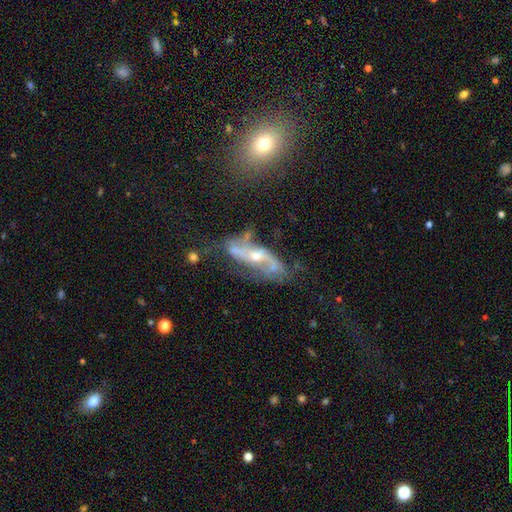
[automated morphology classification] A featured or disk galaxy (82%) with no bar (45%), 2 (87%) loose (65%) spiral arms (90%) and a small central bulge (49%).

Vote fractions:
- Smooth or featured? featured or disk: 82% / smooth: 10% / star or artifact: 8%
- Edge-on disk? no: 86% / yes: 14%
- Bar? no: 45% / weak: 34% / strong: 21%
- Spiral arms? yes: 90% / no: 10%
- Spiral winding? loose: 65% / medium: 25% / tight: 10%
- Spiral arm count? 2: 87% / can't tell: 6% / 1: 3% / 3: 2% / 4: 1% / more than 4: 1%
- Bulge size? small: 49% / moderate: 45% / none: 2% / large: 2% / dominant: 1%
- Merging? none: 50% / minor disturbance: 22% / major disturbance: 18% / merger: 10%